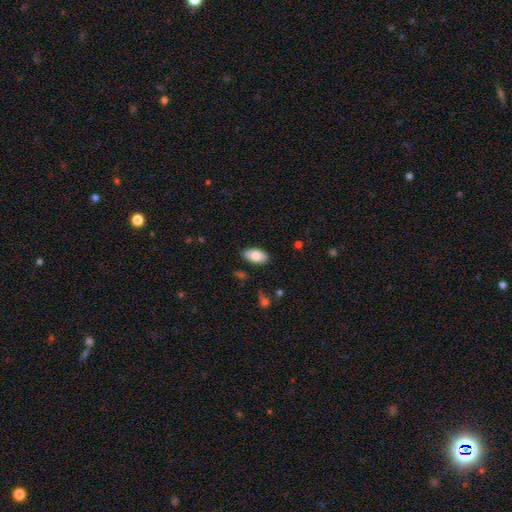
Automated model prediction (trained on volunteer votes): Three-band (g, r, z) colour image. It shows a smooth galaxy with no disk features (77%) that is in between round and cigar-shaped (95%). Merging: none (86%).